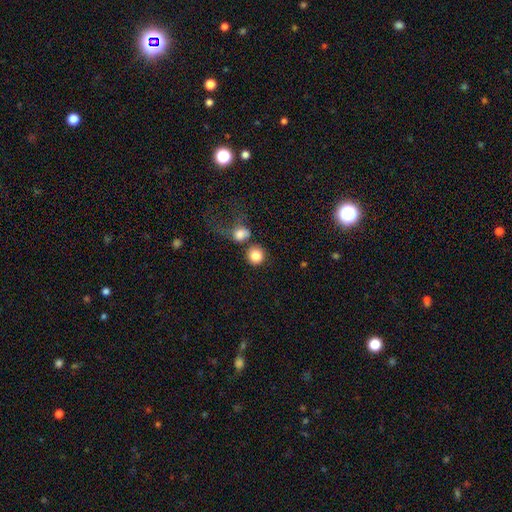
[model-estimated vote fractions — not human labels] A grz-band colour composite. It shows a smooth galaxy with no disk features (84%) that is round (91%). Merging: none (66%).